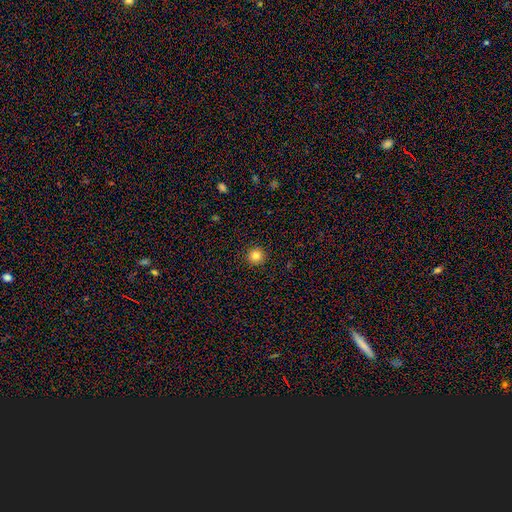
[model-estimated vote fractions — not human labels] Q: Smooth or featured?
A: smooth (83%); runner-up: star or artifact (12%)
Q: How rounded?
A: round (95%); runner-up: in between (4%)
Q: Merging?
A: none (93%); runner-up: minor disturbance (4%)